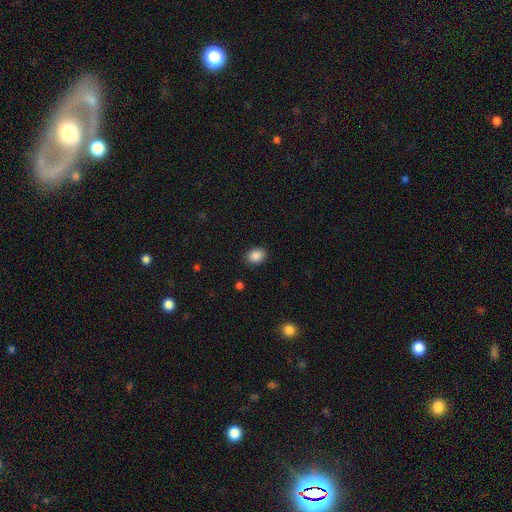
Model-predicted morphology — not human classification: This is clearly a smooth galaxy (88%). How rounded: likely in between (64%). Merging: clearly none (88%).